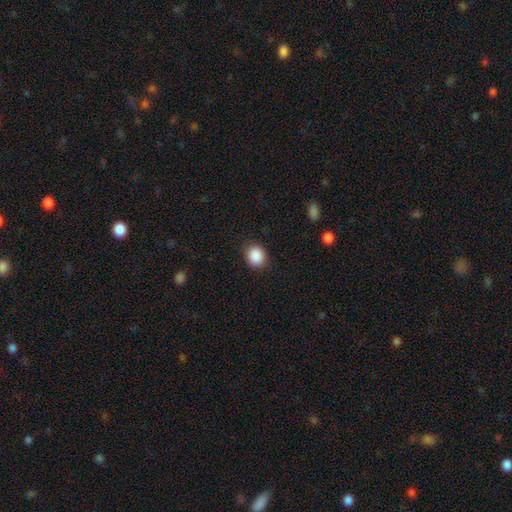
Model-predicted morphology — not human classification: This is clearly a smooth galaxy (89%). How rounded: likely round (68%). Merging: clearly none (88%).